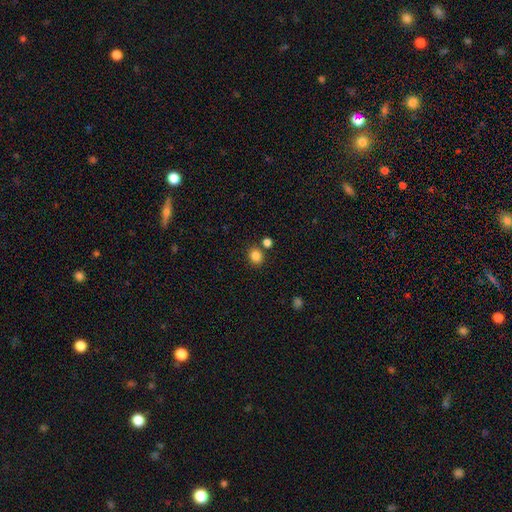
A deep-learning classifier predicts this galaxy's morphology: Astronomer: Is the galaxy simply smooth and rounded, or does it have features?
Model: smooth — 84%.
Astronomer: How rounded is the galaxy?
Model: round — 72%.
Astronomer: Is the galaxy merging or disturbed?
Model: none — 78%.